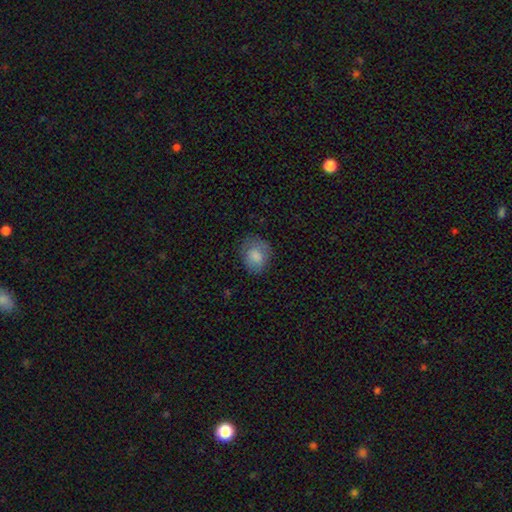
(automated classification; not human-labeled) A smooth galaxy with no disk features (79%) that is in between round and cigar-shaped (53%). Merging: none (65%).